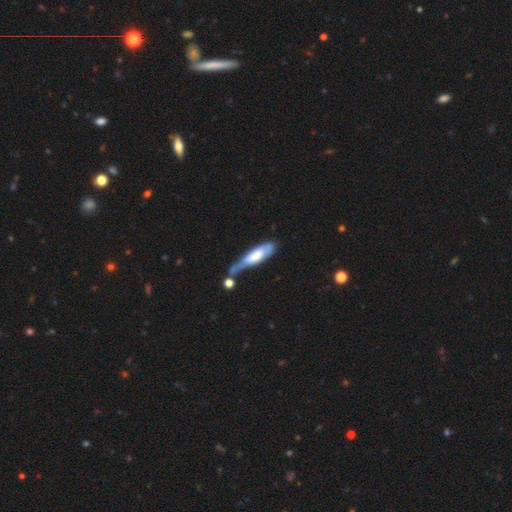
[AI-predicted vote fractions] Smooth or featured? smooth (59%)
How rounded? cigar-shaped (66%)
Merging? minor disturbance (28%, tied with merger)